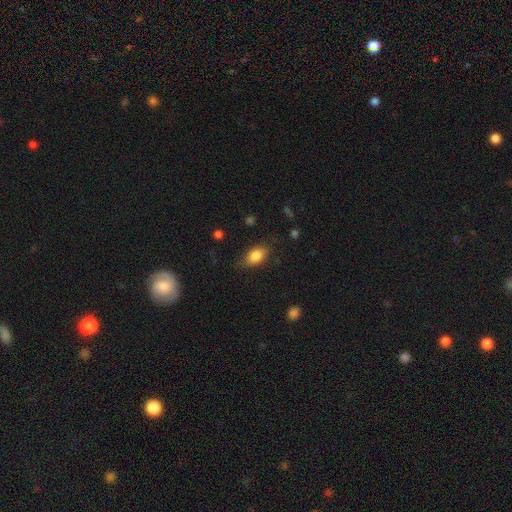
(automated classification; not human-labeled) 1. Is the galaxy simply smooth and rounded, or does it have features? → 83% smooth, 9% featured or disk, 8% star or artifact.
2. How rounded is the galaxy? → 87% in between, 9% round, 4% cigar-shaped.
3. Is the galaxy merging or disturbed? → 76% none, 18% minor disturbance, 4% major disturbance, 1% merger.